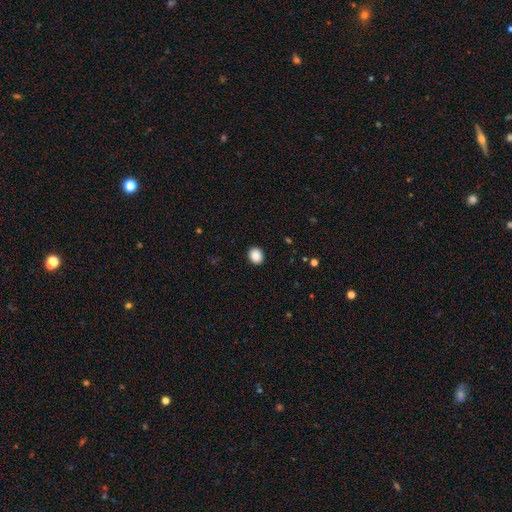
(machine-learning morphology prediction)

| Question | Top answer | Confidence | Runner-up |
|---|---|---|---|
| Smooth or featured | smooth | 89% | star or artifact (8%) |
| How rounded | round | 57% | in between (42%) |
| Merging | none | 92% | minor disturbance (6%) |